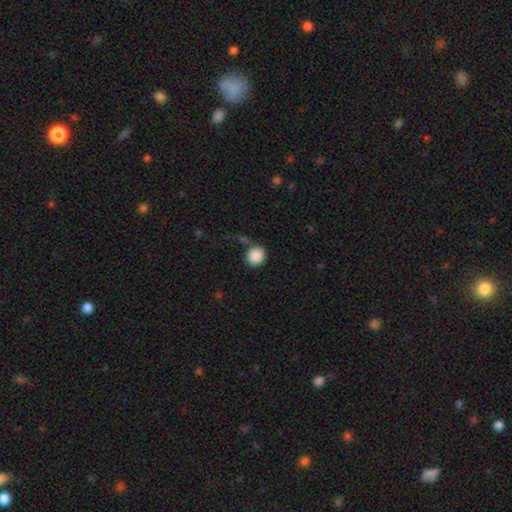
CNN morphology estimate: smooth-or-featured: smooth: 88% | star or artifact: 8% | featured or disk: 4%
  how-rounded: round: 89% | in between: 10% | cigar-shaped: 1%
  merging: none: 71% | minor disturbance: 14% | merger: 9% | major disturbance: 6%